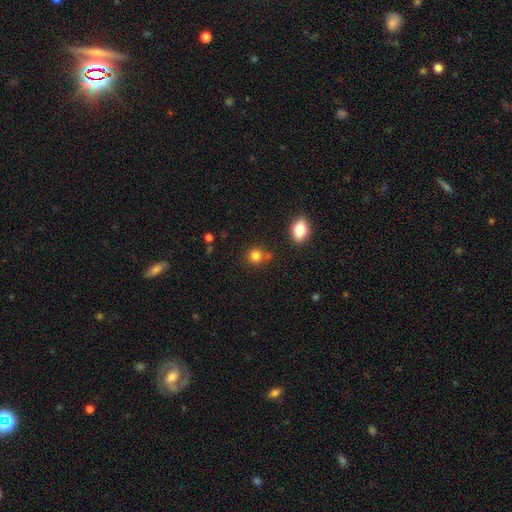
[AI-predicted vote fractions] This appears to be a smooth galaxy with no disk features (81%) that is round (83%). Merging: none (71%).